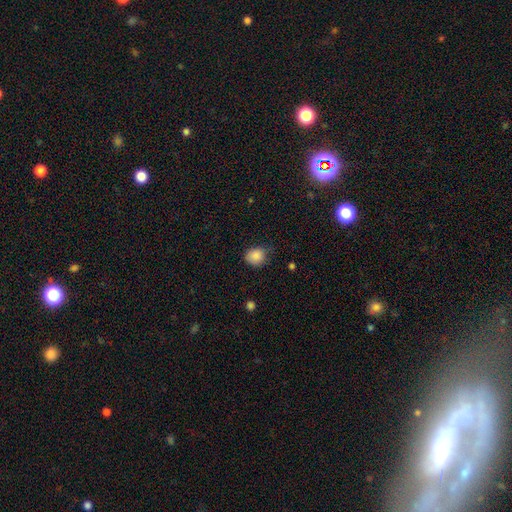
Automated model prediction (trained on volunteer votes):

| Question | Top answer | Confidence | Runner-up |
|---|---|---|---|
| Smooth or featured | smooth | 86% | star or artifact (9%) |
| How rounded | round | 72% | in between (27%) |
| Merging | none | 68% | minor disturbance (26%) |